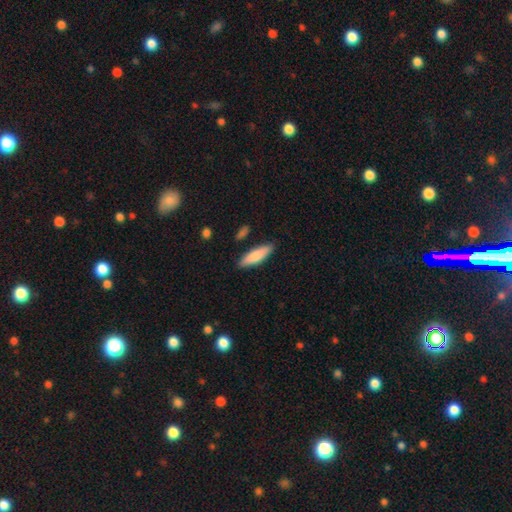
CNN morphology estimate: Smooth or featured: smooth — 79% (featured or disk — 15%)
How rounded: cigar-shaped — 63% (in between — 35%)
Merging: none — 86% (minor disturbance — 10%)